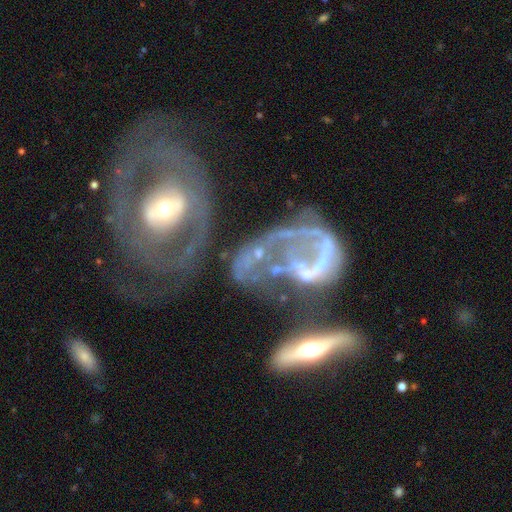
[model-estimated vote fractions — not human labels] A featured or disk galaxy (70%) with no bar (74%), no spiral arms (62%) and no central bulge (38%).

Vote fractions:
- Smooth or featured? featured or disk: 70% / smooth: 17% / star or artifact: 13%
- Edge-on disk? no: 92% / yes: 8%
- Bar? no: 74% / weak: 16% / strong: 10%
- Spiral arms? no: 62% / yes: 38%
- Bulge size? none: 38% / small: 32% / moderate: 23% / large: 4% / dominant: 3%
- Merging? major disturbance: 40% / merger: 28% / none: 20% / minor disturbance: 12%